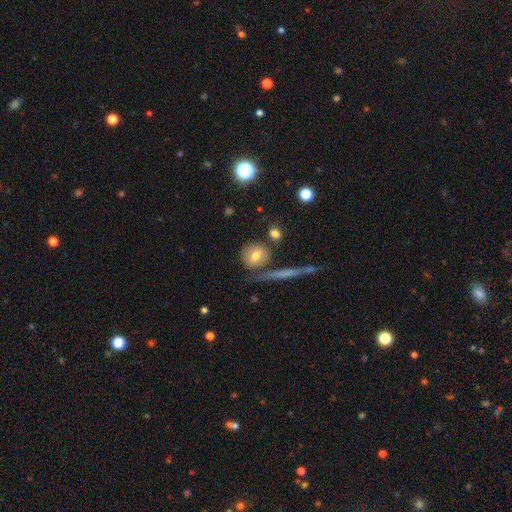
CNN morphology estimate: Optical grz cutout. It shows a smooth galaxy with no disk features (70%) that is round (79%). Merging: none (69%).